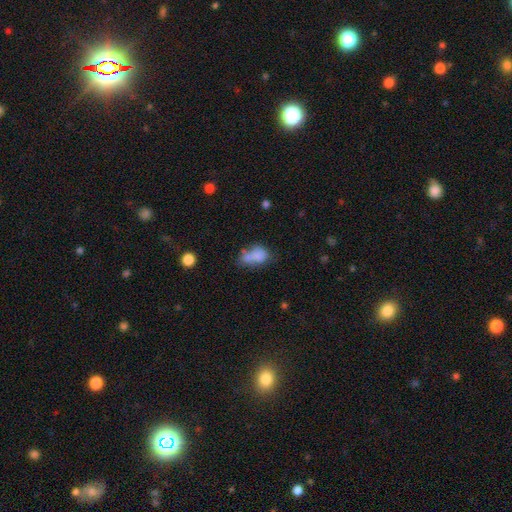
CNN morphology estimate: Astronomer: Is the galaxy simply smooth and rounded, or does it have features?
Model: smooth — 73%.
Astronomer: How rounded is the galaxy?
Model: in between — 80%.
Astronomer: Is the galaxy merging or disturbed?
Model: merger — 34% (runner-up: none, 30%).